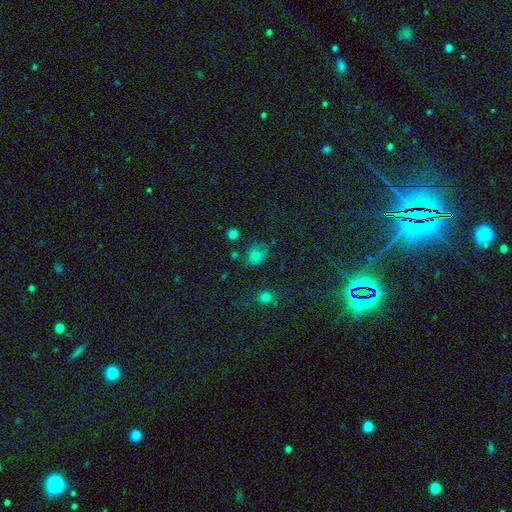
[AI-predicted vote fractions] Q: Smooth or featured?
A: smooth (68%); runner-up: star or artifact (22%)
Q: How rounded?
A: round (57%); runner-up: in between (42%)
Q: Merging?
A: none (58%); runner-up: minor disturbance (25%)